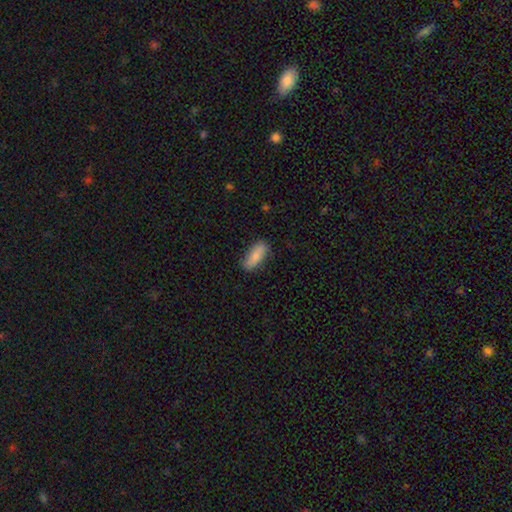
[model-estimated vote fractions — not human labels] smooth-or-featured: smooth: 78% | featured or disk: 16% | star or artifact: 6%
  how-rounded: in between: 75% | cigar-shaped: 22% | round: 3%
  merging: none: 80% | minor disturbance: 16% | major disturbance: 3% | merger: 1%